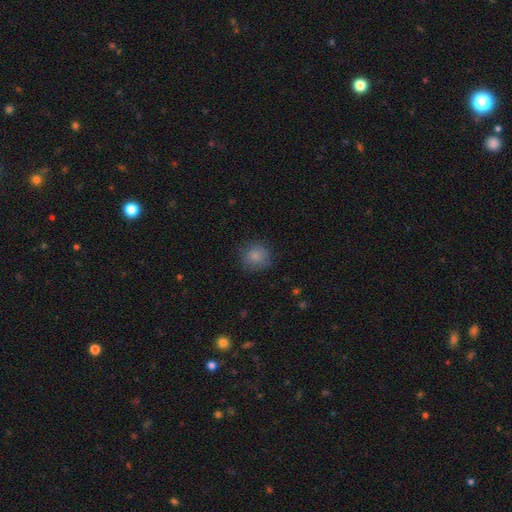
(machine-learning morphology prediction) Q: Smooth or featured?
A: smooth (84%); runner-up: star or artifact (10%)
Q: How rounded?
A: round (88%); runner-up: in between (11%)
Q: Merging?
A: none (80%); runner-up: minor disturbance (15%)